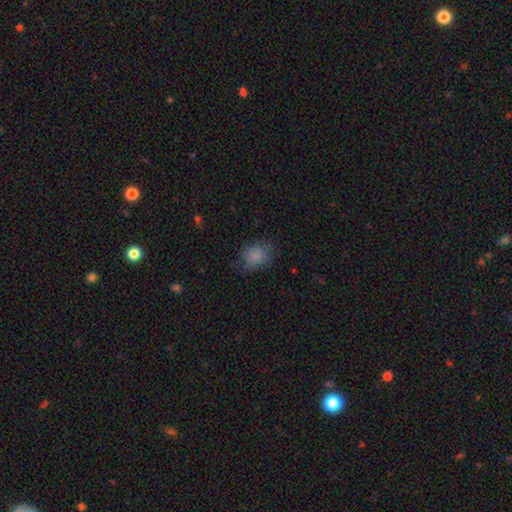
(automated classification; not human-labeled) smooth 83%, star or artifact 10%, featured or disk 7%. Down the decision tree: how rounded — round (52%); merging — none (72%).